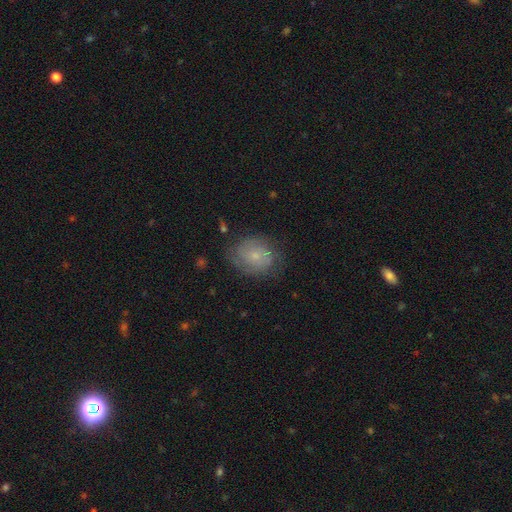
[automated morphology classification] Overall: smooth (47%; featured or disk 43%). Merging: none (68%).